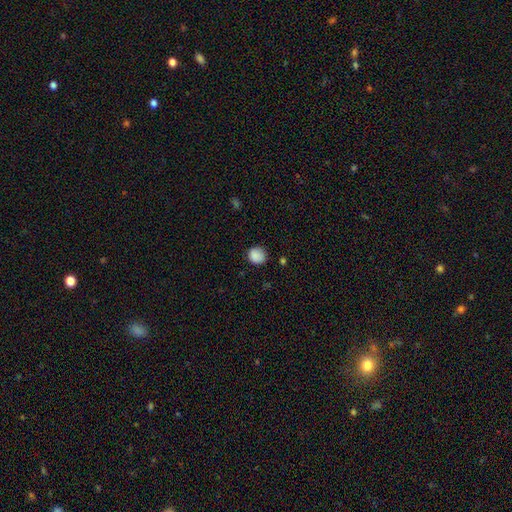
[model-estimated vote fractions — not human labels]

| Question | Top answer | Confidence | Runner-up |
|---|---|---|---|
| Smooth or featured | smooth | 87% | star or artifact (9%) |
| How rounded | round | 82% | in between (17%) |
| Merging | none | 81% | minor disturbance (15%) |